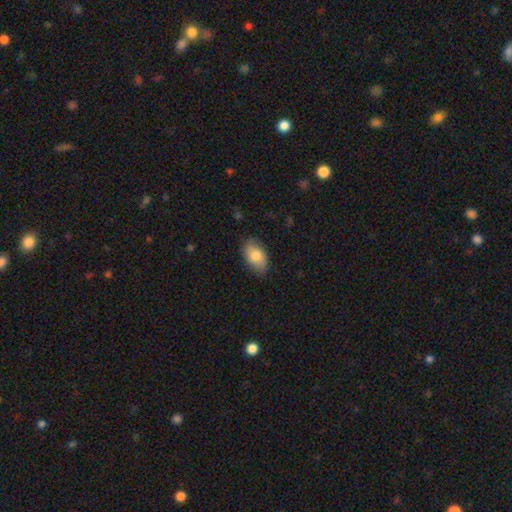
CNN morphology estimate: smooth-or-featured: smooth: 81% | featured or disk: 13% | star or artifact: 7%
  how-rounded: in between: 92% | round: 6% | cigar-shaped: 2%
  merging: none: 83% | minor disturbance: 13% | major disturbance: 3% | merger: 1%